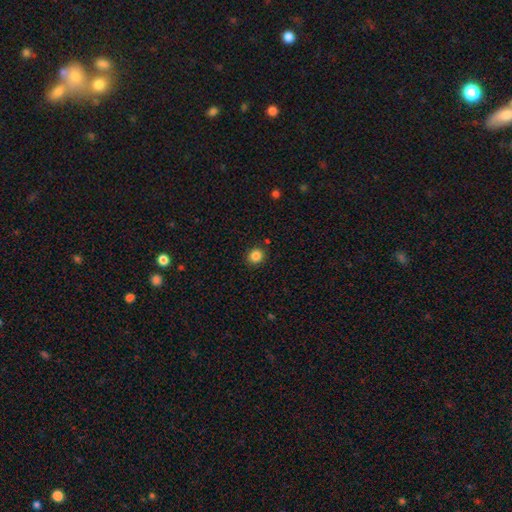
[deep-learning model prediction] Q: Smooth or featured?
A: smooth (85%); runner-up: star or artifact (11%)
Q: How rounded?
A: round (89%); runner-up: in between (10%)
Q: Merging?
A: none (90%); runner-up: minor disturbance (6%)